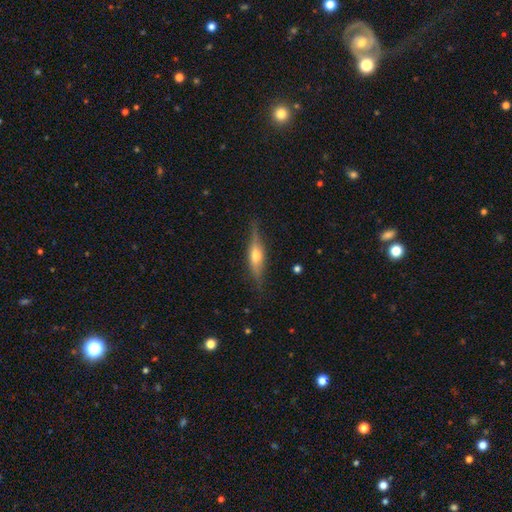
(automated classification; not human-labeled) This appears to be a featured or disk galaxy (63%) viewed edge-on (93%) with a rounded central bulge (87%). Merging: none (80%).